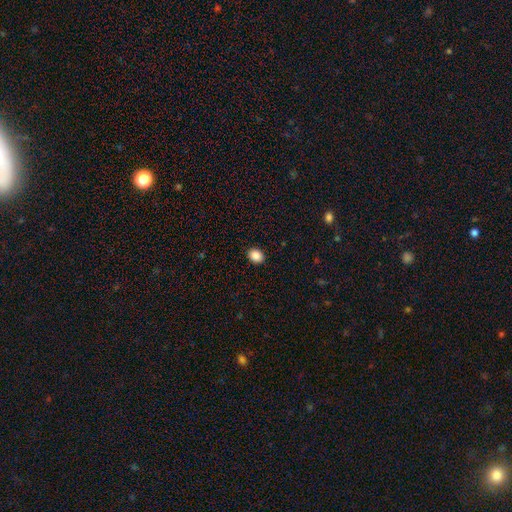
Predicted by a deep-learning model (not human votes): Smooth or featured: smooth — 89% (star or artifact — 9%)
How rounded: in between — 56% (round — 44%)
Merging: none — 91% (minor disturbance — 6%)